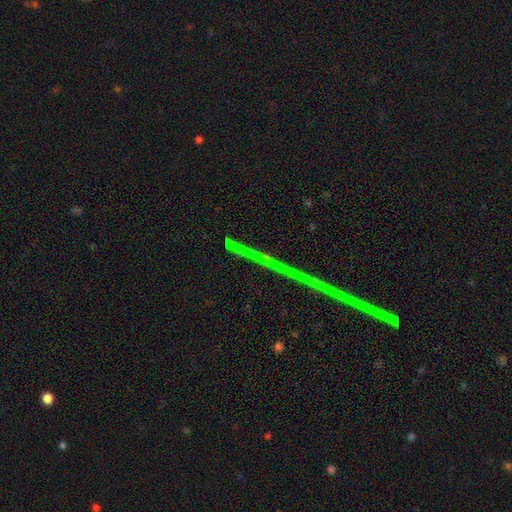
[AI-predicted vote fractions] A star or artifact, not a galaxy (75%).